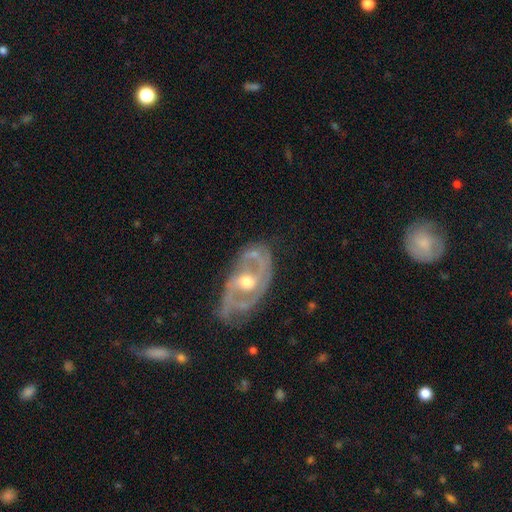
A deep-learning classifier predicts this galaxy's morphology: A featured or disk galaxy (85%) with no bar (54%), 2 (69%) medium (45%) spiral arms (88%) and a moderate central bulge (74%). Merging: none (62%).